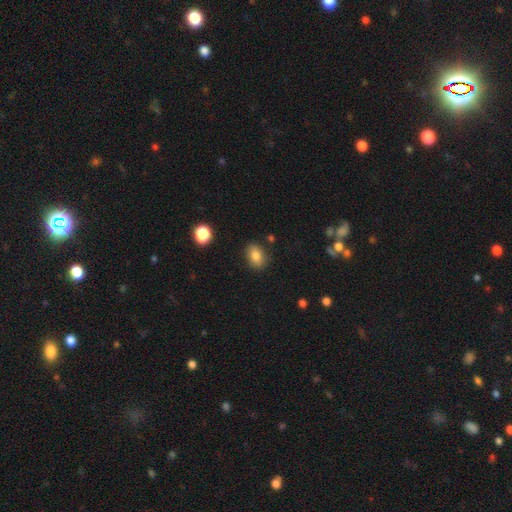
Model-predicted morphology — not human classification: A smooth galaxy with no disk features (82%) that is in between round and cigar-shaped (77%).

Vote fractions:
- Smooth or featured? smooth: 82% / star or artifact: 10% / featured or disk: 8%
- How rounded? in between: 77% / round: 21% / cigar-shaped: 2%
- Merging? none: 84% / minor disturbance: 11% / major disturbance: 3% / merger: 2%